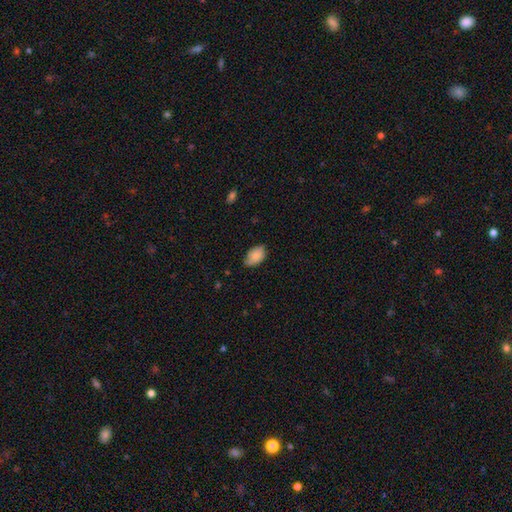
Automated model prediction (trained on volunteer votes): A smooth galaxy with no disk features (83%) that is in between round and cigar-shaped (91%).

Vote fractions:
- Smooth or featured? smooth: 83% / featured or disk: 10% / star or artifact: 7%
- How rounded? in between: 91% / round: 8% / cigar-shaped: 1%
- Merging? none: 68% / minor disturbance: 27% / major disturbance: 4% / merger: 1%